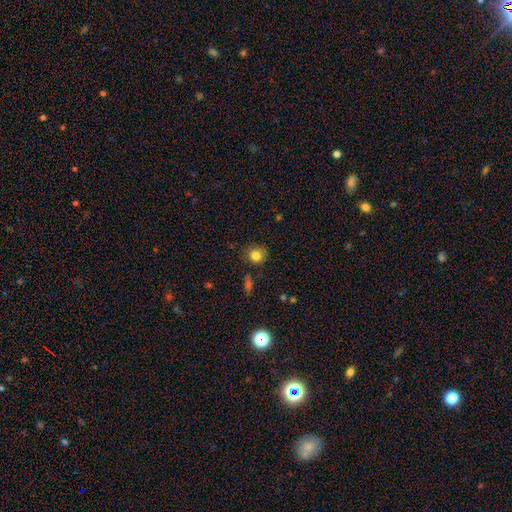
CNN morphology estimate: Smooth or featured? Predicted: smooth (p=0.82). How rounded? Predicted: round (p=0.83). Merging? Predicted: none (p=0.78).